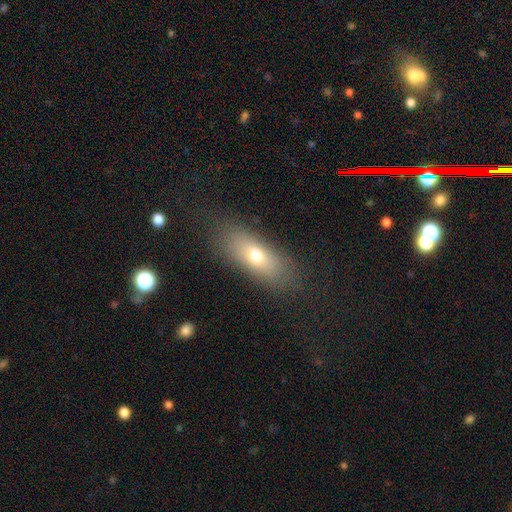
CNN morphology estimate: smooth 66%, featured or disk 23%, star or artifact 11%. Down the decision tree: how rounded — in between (70%); merging — none (80%).